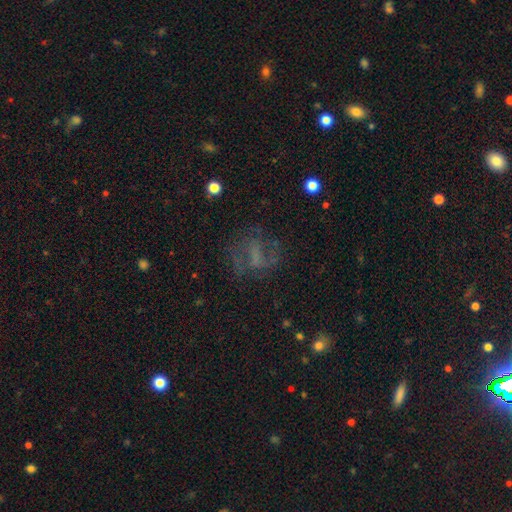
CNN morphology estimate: featured or disk 47%, smooth 32%, star or artifact 21%. Down the decision tree: merging — none (59%).